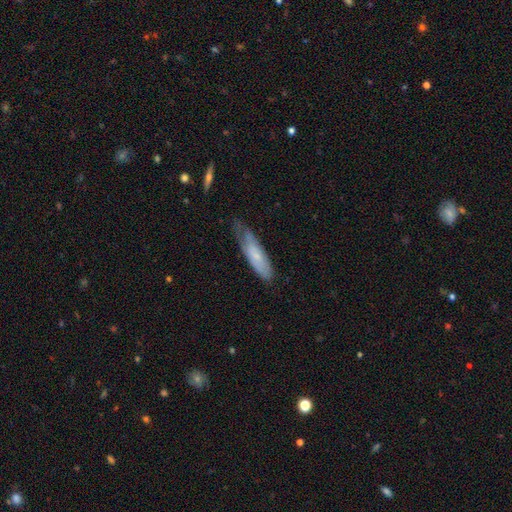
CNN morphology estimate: Smooth or featured?
  - smooth: 60% *
  - featured or disk: 33%
  - star or artifact: 7%
How rounded?
  - cigar-shaped: 57% *
  - in between: 41%
  - round: 2%
Merging?
  - none: 42% *
  - minor disturbance: 40%
  - major disturbance: 17%
  - merger: 2%